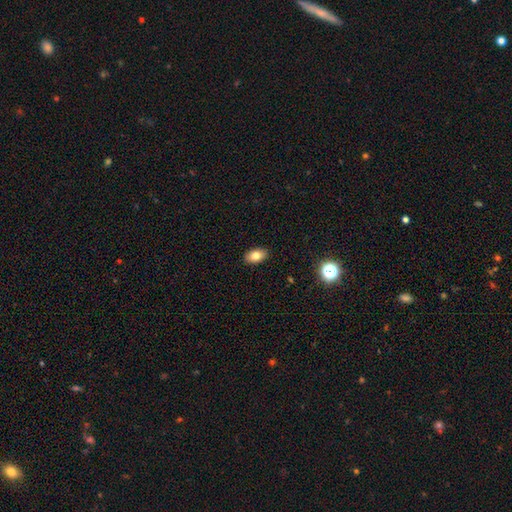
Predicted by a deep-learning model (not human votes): smooth_or_featured: smooth (p=0.79) [alt: featured or disk p=0.12]
how_rounded: in between (p=0.91) [alt: round p=0.07]
merging: none (p=0.90) [alt: minor disturbance p=0.08]